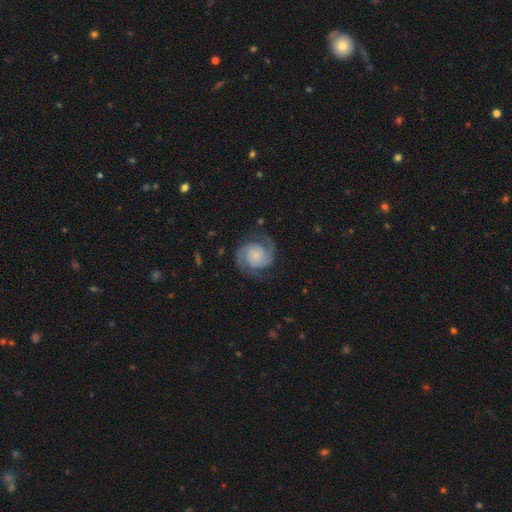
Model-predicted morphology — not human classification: A featured or disk galaxy (89%) with no bar (74%), 2 (93%) medium (48%) spiral arms (98%) and a small central bulge (40%). Merging: none (81%).